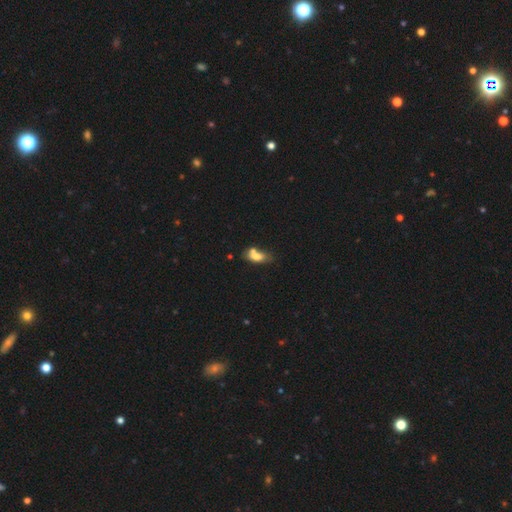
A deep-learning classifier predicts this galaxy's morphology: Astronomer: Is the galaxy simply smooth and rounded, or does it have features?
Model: smooth — 69%.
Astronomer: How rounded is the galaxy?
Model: in between — 82%.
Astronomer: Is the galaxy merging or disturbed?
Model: merger — 43% (runner-up: none, 30%).